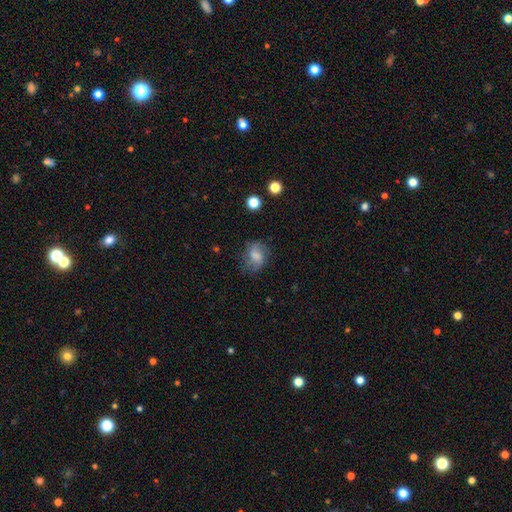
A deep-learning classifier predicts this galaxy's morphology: A smooth galaxy with no disk features (61%) that is in between round and cigar-shaped (56%).

Vote fractions:
- Smooth or featured? smooth: 61% / featured or disk: 30% / star or artifact: 10%
- How rounded? in between: 56% / round: 42% / cigar-shaped: 1%
- Merging? none: 62% / minor disturbance: 24% / major disturbance: 12% / merger: 2%